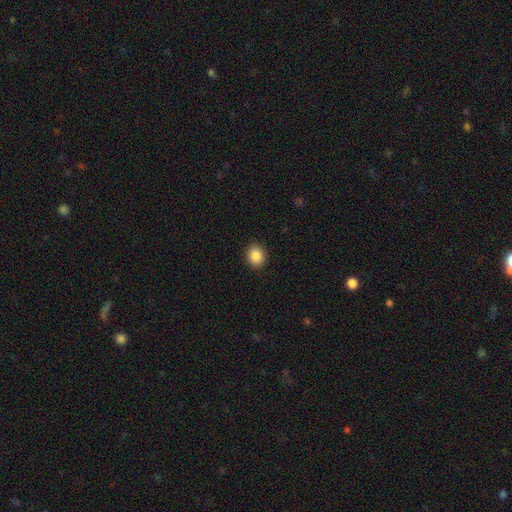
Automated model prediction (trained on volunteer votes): Smooth or featured? smooth (87%)
How rounded? round (64%)
Merging? none (91%)